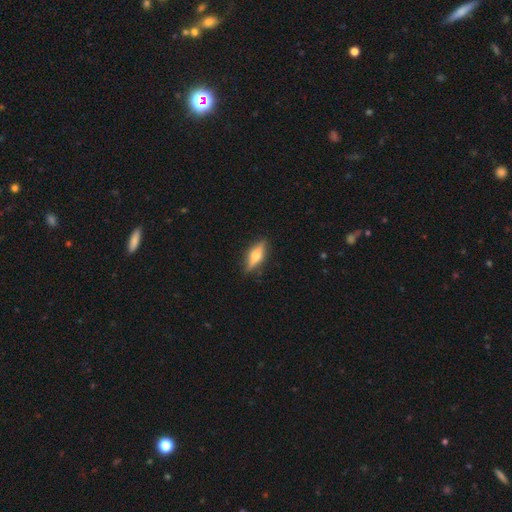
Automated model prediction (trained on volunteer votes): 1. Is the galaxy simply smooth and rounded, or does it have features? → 50% featured or disk, 44% smooth, 7% star or artifact.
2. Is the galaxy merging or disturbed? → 87% none, 10% minor disturbance, 2% major disturbance, 1% merger.